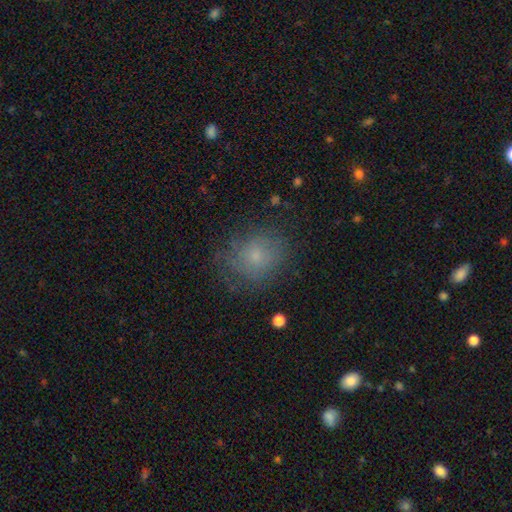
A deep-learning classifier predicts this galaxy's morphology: This appears to be a smooth galaxy with no disk features (65%) that is round (69%). Merging: none (72%).